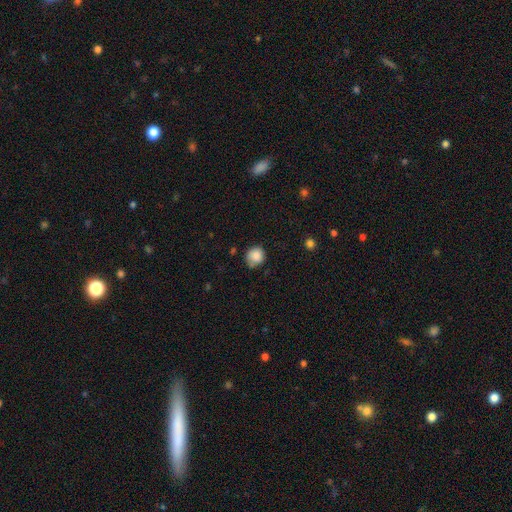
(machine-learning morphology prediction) smooth 85%, star or artifact 9%, featured or disk 6%. Down the decision tree: how rounded — round (85%); merging — none (67%).